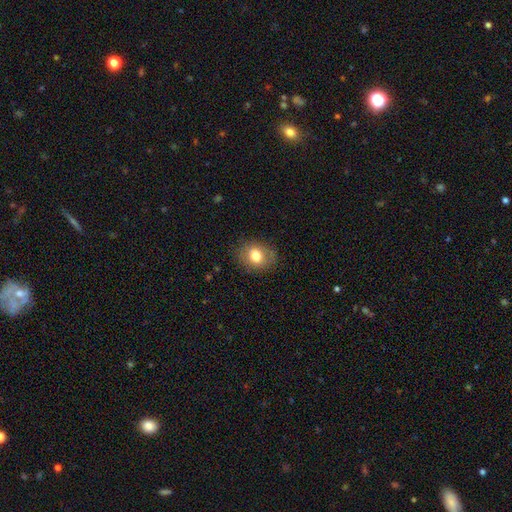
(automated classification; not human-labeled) Morphology: type=smooth (76%); roundness=round (51%); merging=none (81%).